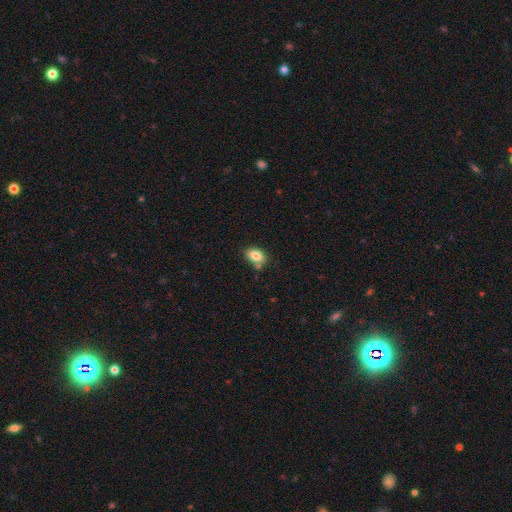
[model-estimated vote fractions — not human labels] smooth 82%, featured or disk 10%, star or artifact 9%. Down the decision tree: how rounded — in between (82%); merging — none (67%).